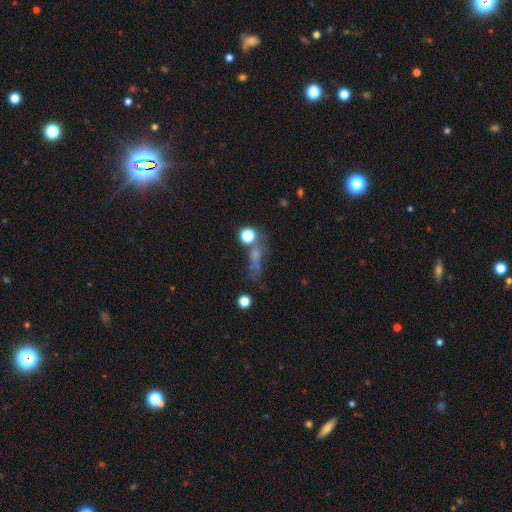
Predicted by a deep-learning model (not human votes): smooth-or-featured: smooth: 45% | star or artifact: 32% | featured or disk: 23%
  merging: none: 46% | major disturbance: 22% | minor disturbance: 18% | merger: 14%